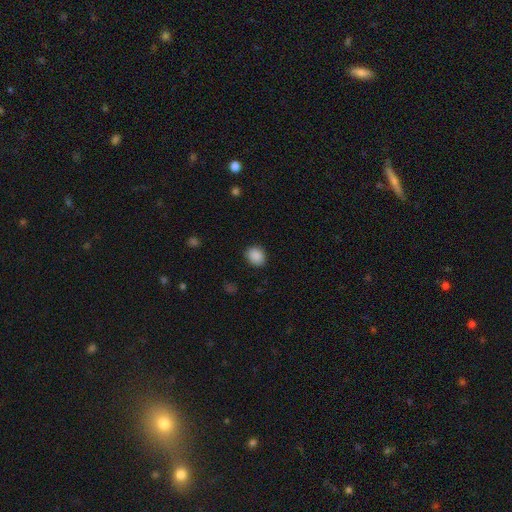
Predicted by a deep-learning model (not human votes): smooth 89%, star or artifact 8%, featured or disk 3%. Down the decision tree: how rounded — round (55%); merging — none (86%).